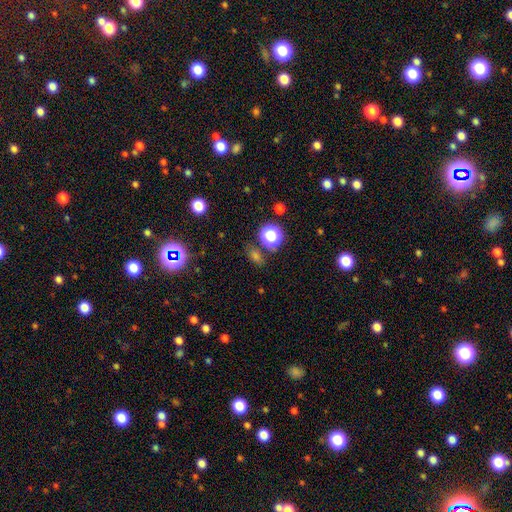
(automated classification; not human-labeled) This appears to be a smooth galaxy with no disk features (49%). Merging: none (78%).